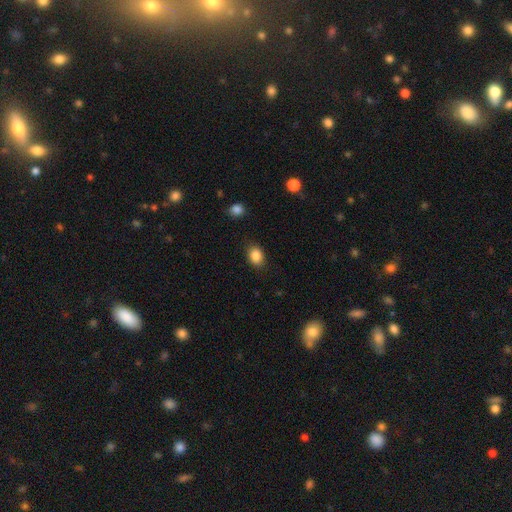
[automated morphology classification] A smooth galaxy with no disk features (86%) that is in between round and cigar-shaped (64%). Merging: none (84%).